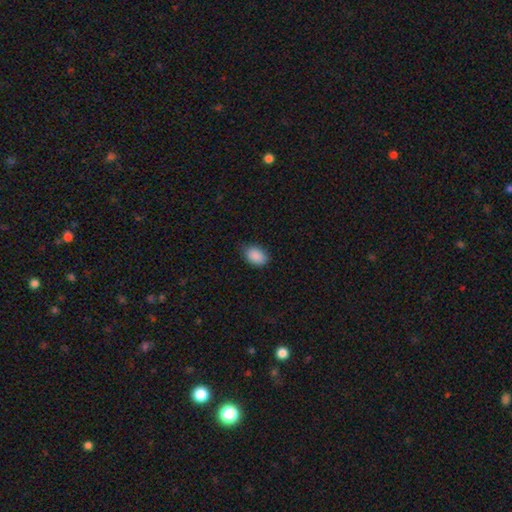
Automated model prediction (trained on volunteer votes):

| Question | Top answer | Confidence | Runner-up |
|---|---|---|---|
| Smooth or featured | smooth | 89% | star or artifact (8%) |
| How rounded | in between | 84% | round (15%) |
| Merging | none | 77% | minor disturbance (19%) |